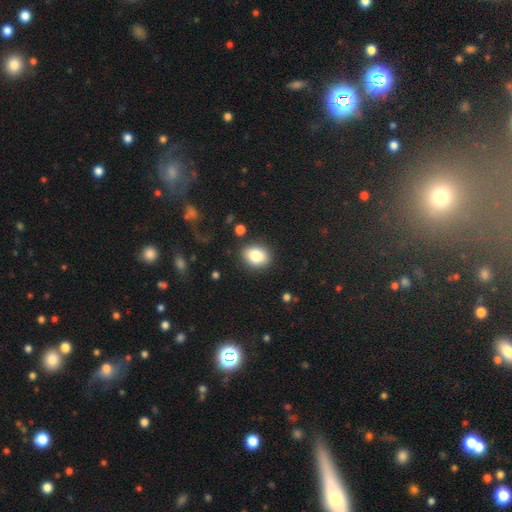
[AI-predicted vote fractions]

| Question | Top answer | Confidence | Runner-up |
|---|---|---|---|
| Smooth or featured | smooth | 81% | featured or disk (10%) |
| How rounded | in between | 51% | round (48%) |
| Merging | none | 83% | minor disturbance (11%) |